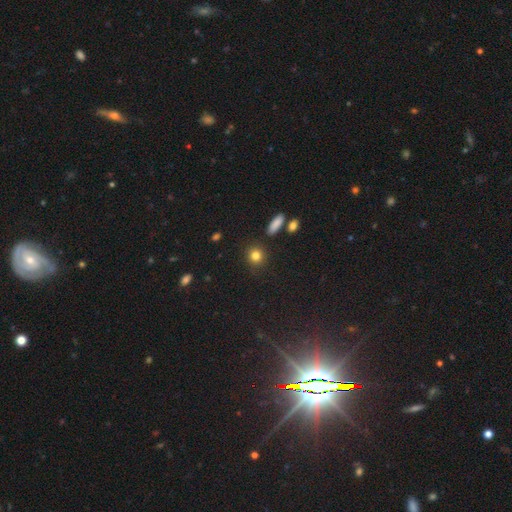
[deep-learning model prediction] This appears to be a smooth galaxy with no disk features (83%) that is round (84%). Merging: none (87%).